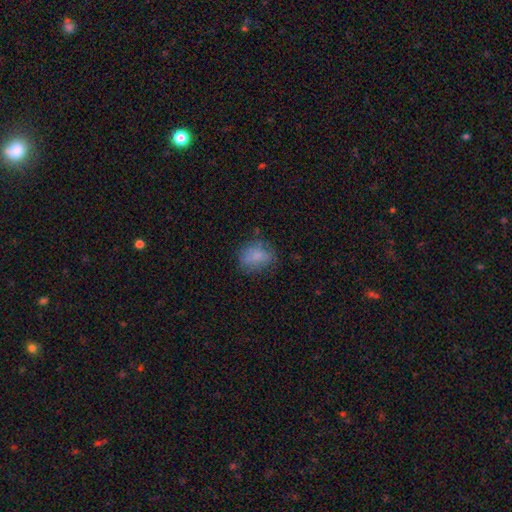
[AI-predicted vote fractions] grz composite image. It shows a smooth galaxy with no disk features (78%) that is in between round and cigar-shaped (50%). Merging: none (68%).